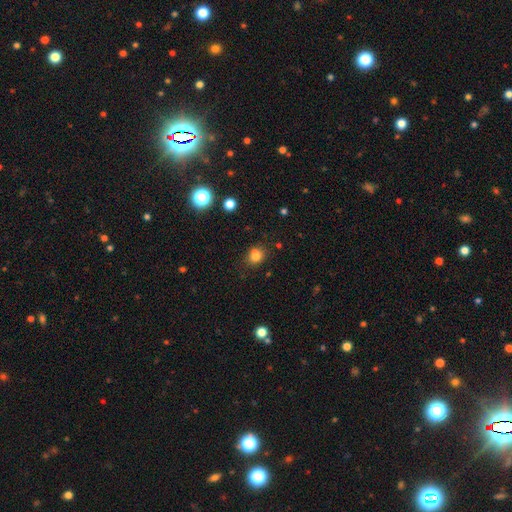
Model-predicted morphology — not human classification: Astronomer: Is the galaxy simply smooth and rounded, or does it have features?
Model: smooth — 80%.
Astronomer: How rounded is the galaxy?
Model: round — 73%.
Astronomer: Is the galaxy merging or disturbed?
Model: none — 76%.